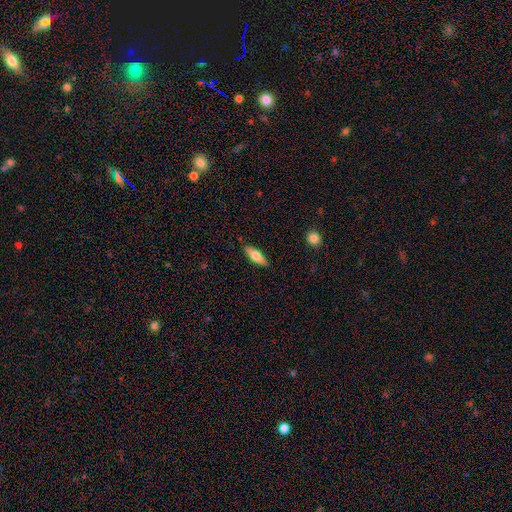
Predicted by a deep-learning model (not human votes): smooth_or_featured: smooth (p=0.66) [alt: featured or disk p=0.28]
how_rounded: in between (p=0.53) [alt: cigar-shaped p=0.44]
merging: none (p=0.87) [alt: minor disturbance p=0.09]